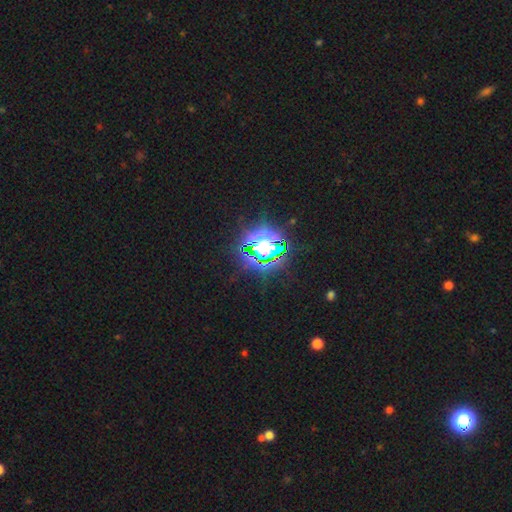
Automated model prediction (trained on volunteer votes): Q: Smooth or featured?
A: star or artifact (73%); runner-up: smooth (15%)